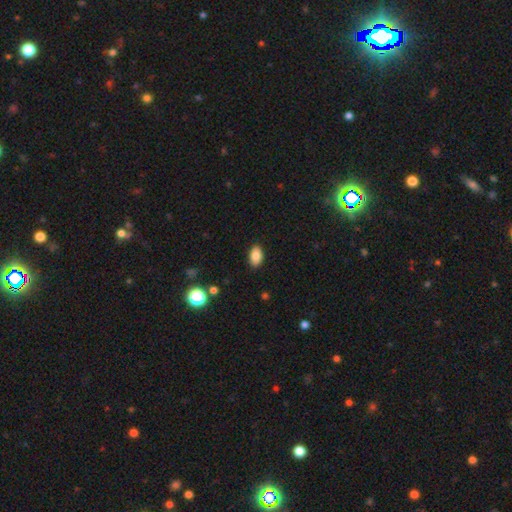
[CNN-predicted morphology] smooth_or_featured: smooth (p=0.85) [alt: star or artifact p=0.09]
how_rounded: in between (p=0.91) [alt: round p=0.07]
merging: none (p=0.88) [alt: minor disturbance p=0.08]